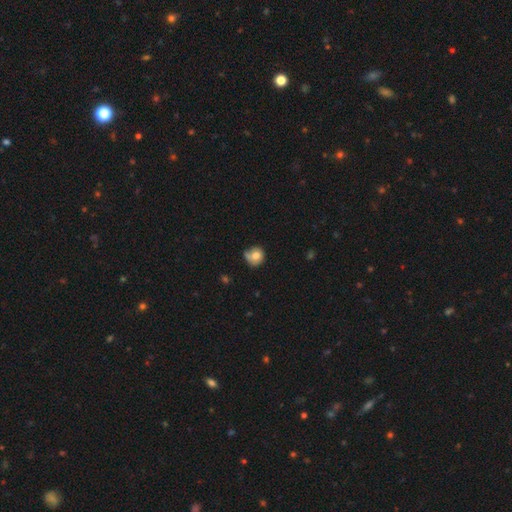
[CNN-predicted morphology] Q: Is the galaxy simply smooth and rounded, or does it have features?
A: smooth — 73%.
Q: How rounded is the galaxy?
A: round — 85%.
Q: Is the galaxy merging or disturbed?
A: none — 51%.